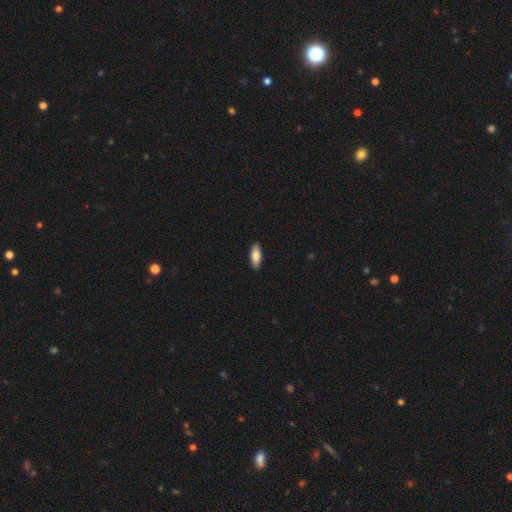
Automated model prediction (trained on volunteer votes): The model was most divided on "how rounded": in between: 69%, cigar-shaped: 29%, round: 2%. More confident: merging — none (90%); smooth or featured — smooth (81%).